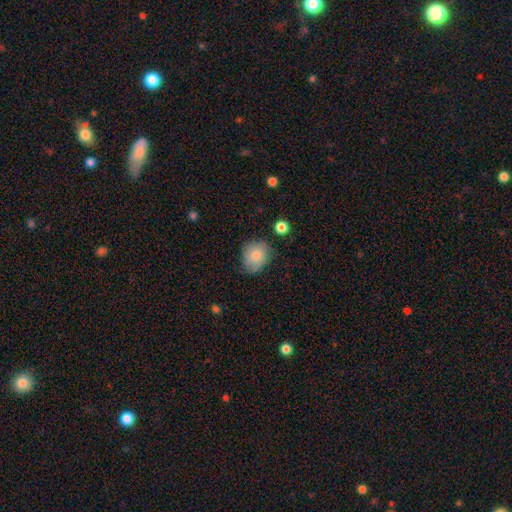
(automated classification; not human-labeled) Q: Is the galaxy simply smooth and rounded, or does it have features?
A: smooth — 79%.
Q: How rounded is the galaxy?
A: round — 62%.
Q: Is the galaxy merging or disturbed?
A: none — 70%.